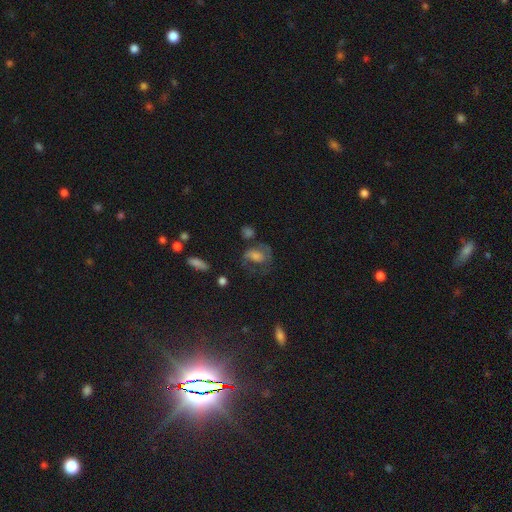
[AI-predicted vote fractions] This appears to be a featured or disk galaxy (50%). Merging: none (47%).